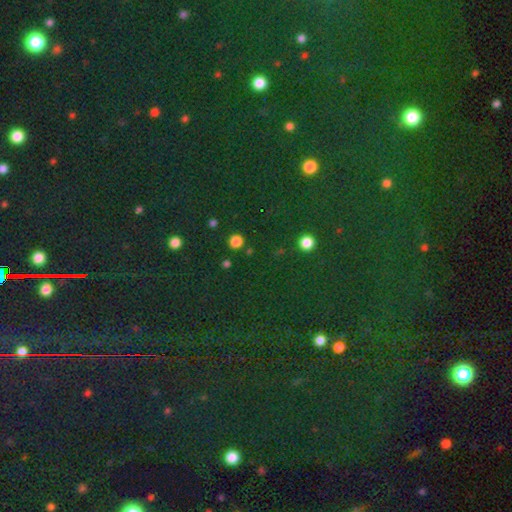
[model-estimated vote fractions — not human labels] Overall: star or artifact (75%).